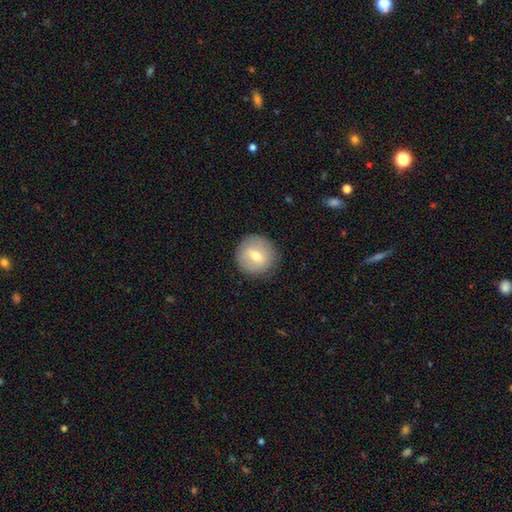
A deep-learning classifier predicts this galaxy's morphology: smooth-or-featured: smooth: 63% | featured or disk: 29% | star or artifact: 8%
  how-rounded: round: 91% | in between: 8% | cigar-shaped: 1%
  merging: none: 86% | minor disturbance: 10% | major disturbance: 3% | merger: 1%